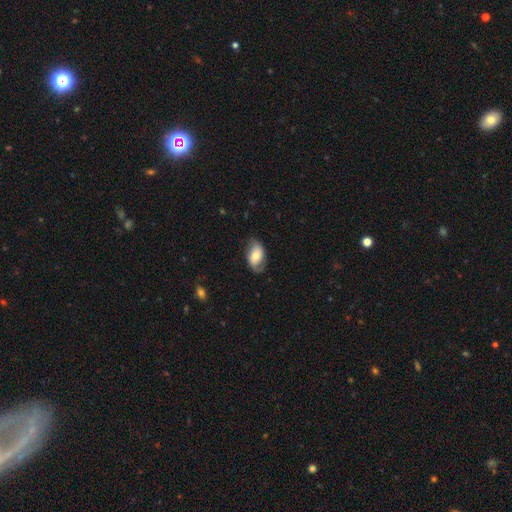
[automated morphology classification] Smooth or featured? Predicted: featured or disk (p=0.47). Merging? Predicted: none (p=0.66).